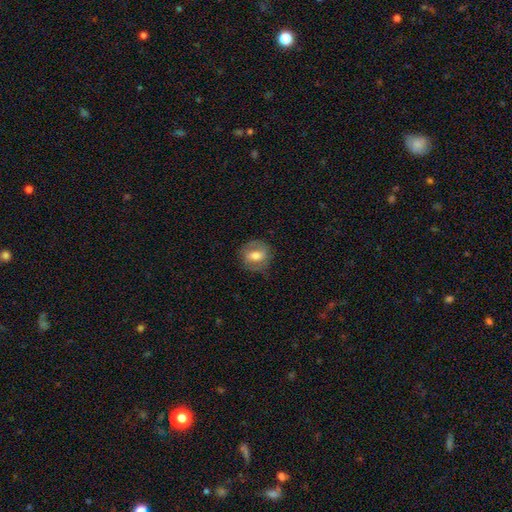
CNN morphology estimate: smooth_or_featured: smooth (p=0.47) [alt: featured or disk p=0.45]
merging: none (p=0.77) [alt: minor disturbance p=0.15]